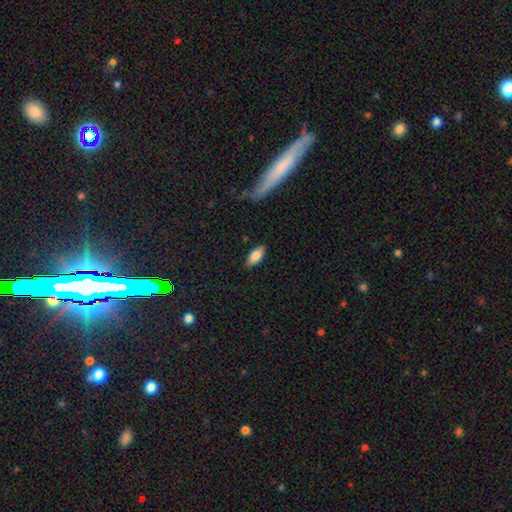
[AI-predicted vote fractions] A smooth galaxy with no disk features (81%) that is in between round and cigar-shaped (85%). Merging: none (87%).